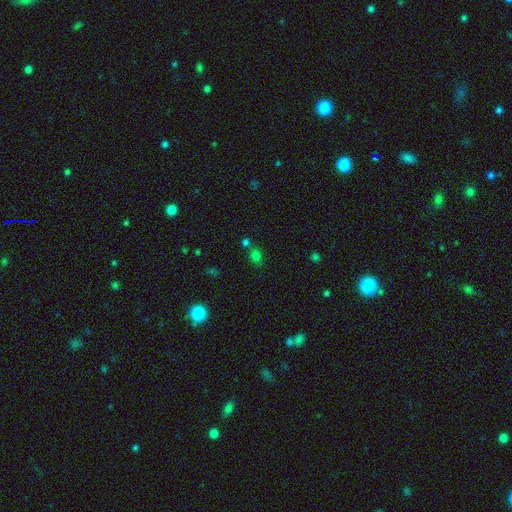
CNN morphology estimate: This is likely a smooth galaxy (71%). How rounded: likely round (66%). Merging: likely none (66%).